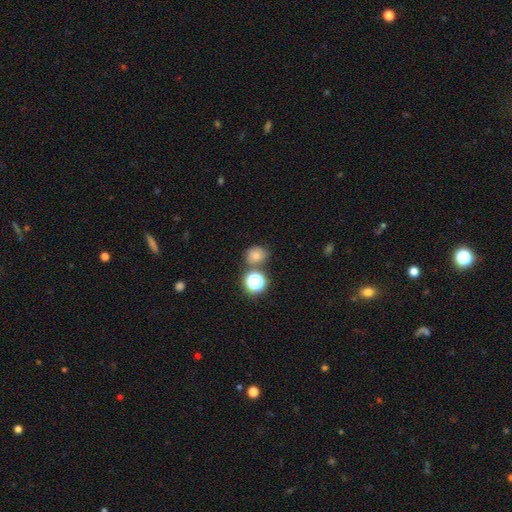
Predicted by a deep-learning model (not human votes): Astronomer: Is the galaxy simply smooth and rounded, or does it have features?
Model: smooth — 59%.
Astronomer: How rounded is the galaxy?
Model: round — 68%.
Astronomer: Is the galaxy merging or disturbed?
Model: none — 71%.